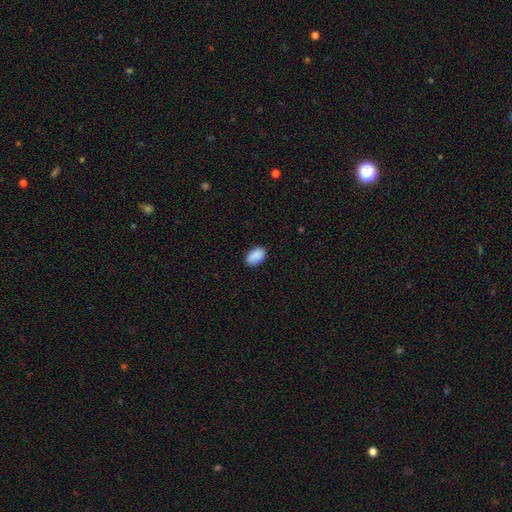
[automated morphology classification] Overall: smooth (89%). How rounded: in between (92%). Merging: none (85%).